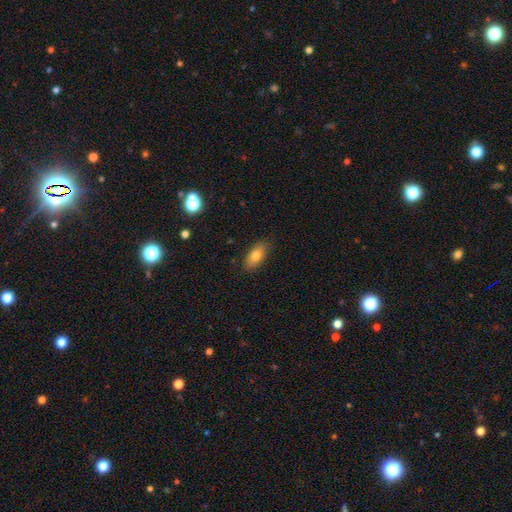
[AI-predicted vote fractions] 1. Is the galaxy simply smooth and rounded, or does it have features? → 77% smooth, 15% featured or disk, 8% star or artifact.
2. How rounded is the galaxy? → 88% in between, 8% cigar-shaped, 4% round.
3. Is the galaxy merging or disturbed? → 86% none, 11% minor disturbance, 2% major disturbance, 1% merger.